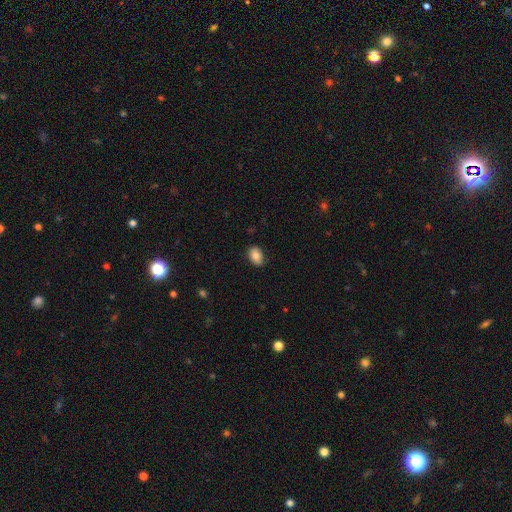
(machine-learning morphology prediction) smooth-or-featured: smooth: 83% | featured or disk: 9% | star or artifact: 8%
  how-rounded: in between: 83% | round: 16% | cigar-shaped: 1%
  merging: none: 86% | minor disturbance: 11% | major disturbance: 2% | merger: 1%